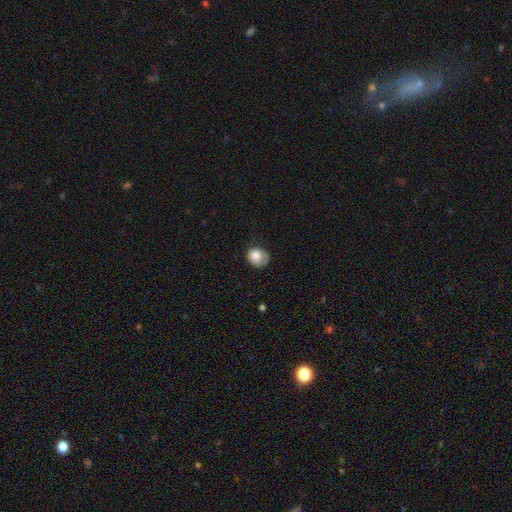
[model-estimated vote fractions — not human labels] Q: Smooth or featured?
A: smooth (79%); runner-up: featured or disk (12%)
Q: How rounded?
A: round (63%); runner-up: in between (36%)
Q: Merging?
A: none (49%); runner-up: minor disturbance (33%)